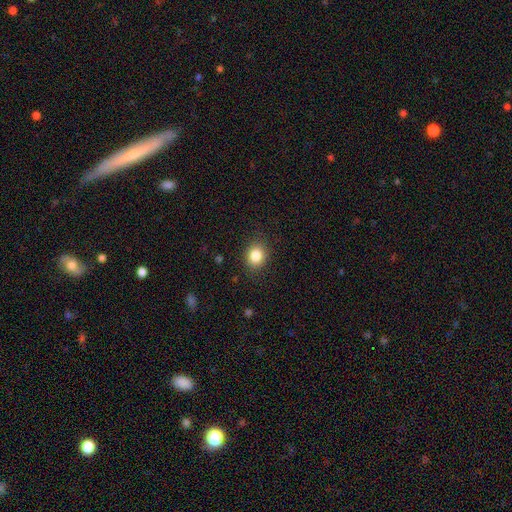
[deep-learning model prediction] Overall: smooth (84%). How rounded: round (68%; in between 31%). Merging: none (87%).